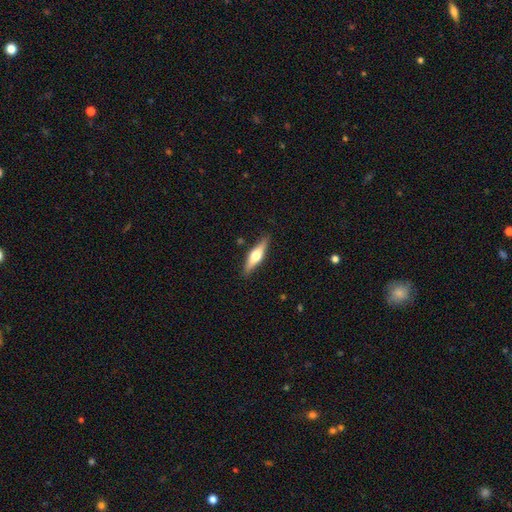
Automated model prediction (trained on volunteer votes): Smooth or featured?
  - featured or disk: 50% *
  - smooth: 44%
  - star or artifact: 6%
Edge-on disk?
  - yes: 93% *
  - no: 7%
Merging?
  - none: 86% *
  - minor disturbance: 10%
  - major disturbance: 2%
  - merger: 1%